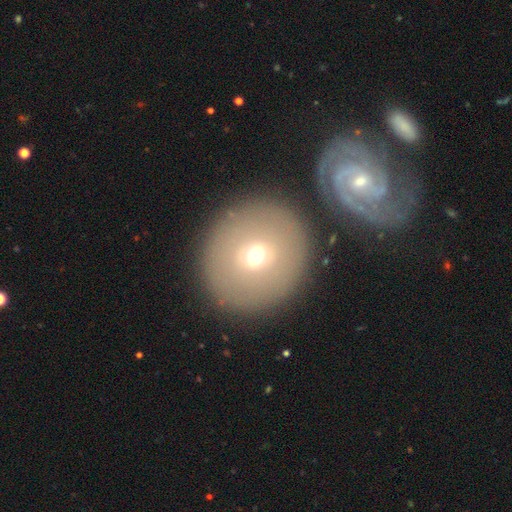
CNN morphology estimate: smooth 59%, featured or disk 29%, star or artifact 13%. Down the decision tree: how rounded — round (86%); merging — none (85%).